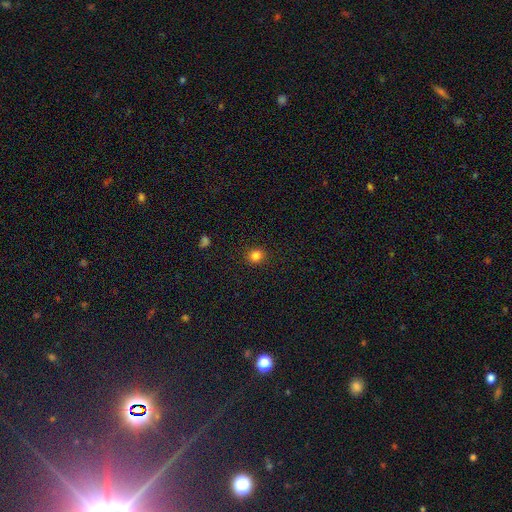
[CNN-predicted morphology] This appears to be a smooth galaxy with no disk features (83%) that is round (82%). Merging: none (90%).